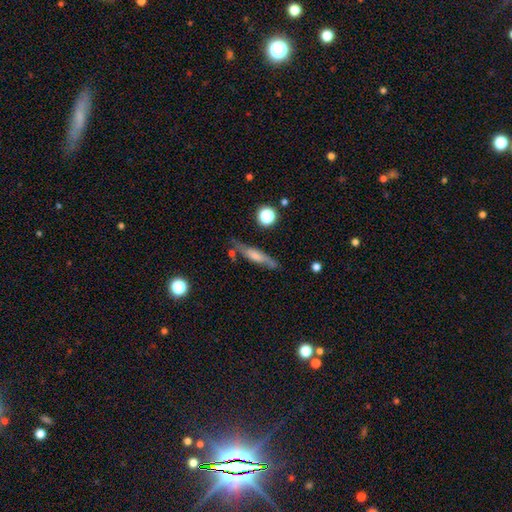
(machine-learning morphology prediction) type=smooth (48%); merging=none (69%).